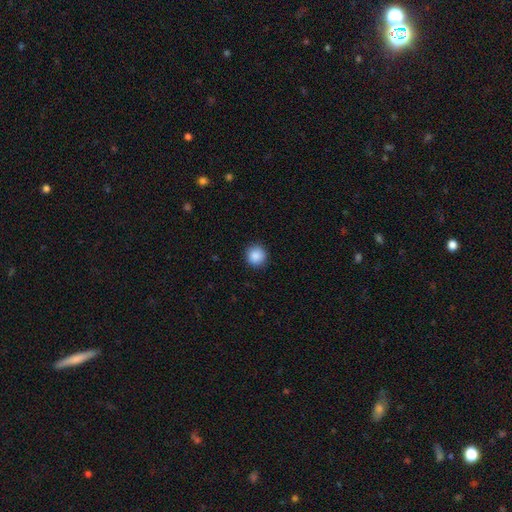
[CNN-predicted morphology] type=smooth (88%); roundness=round (95%); merging=none (92%).